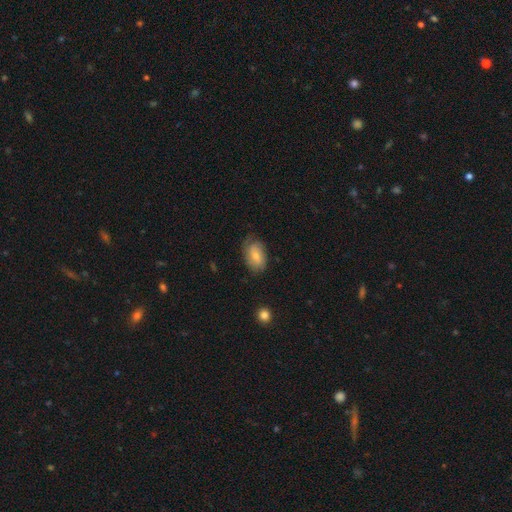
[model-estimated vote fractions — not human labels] Overall: smooth (65%; featured or disk 28%). How rounded: in between (88%). Merging: none (60%; minor disturbance 29%).